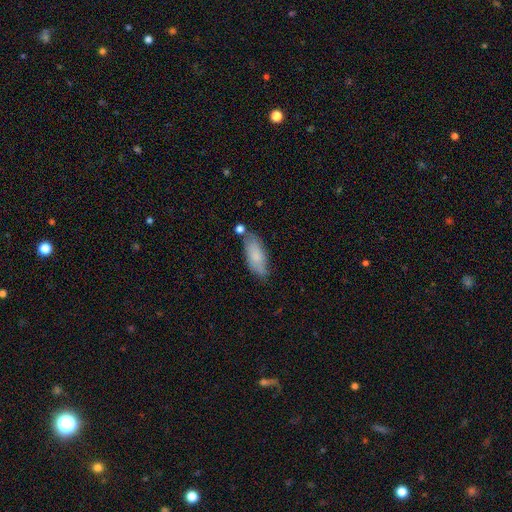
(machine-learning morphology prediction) Q: Smooth or featured?
A: smooth (76%); runner-up: featured or disk (18%)
Q: How rounded?
A: in between (76%); runner-up: cigar-shaped (22%)
Q: Merging?
A: none (64%); runner-up: minor disturbance (22%)